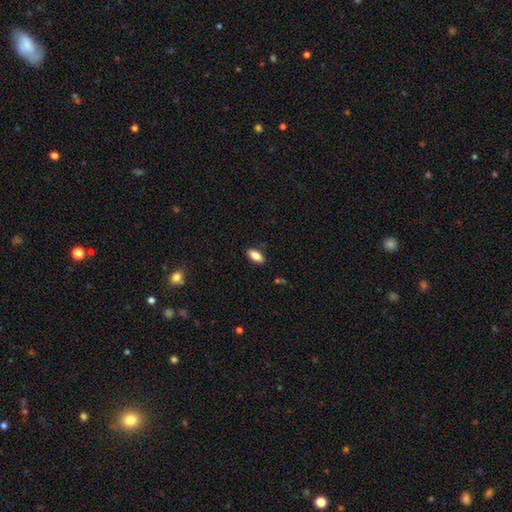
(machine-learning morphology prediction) A smooth galaxy with no disk features (83%) that is in between round and cigar-shaped (86%). Merging: none (88%).